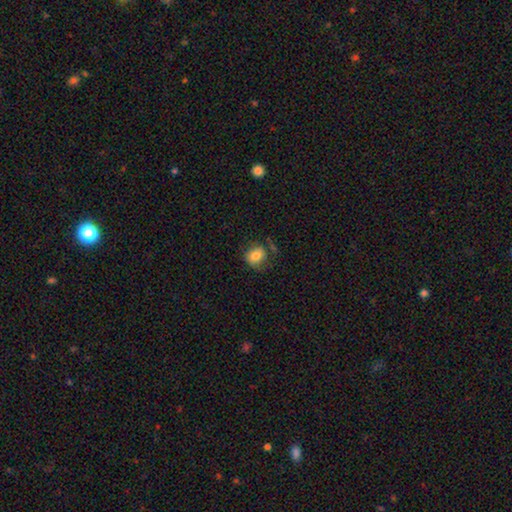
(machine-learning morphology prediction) Overall: smooth (78%). How rounded: round (59%; in between 39%). Merging: none (58%; minor disturbance 24%).